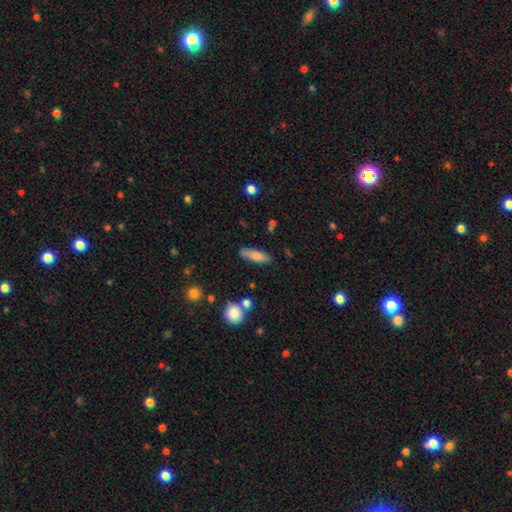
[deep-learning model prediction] Smooth or featured: smooth — 77% (featured or disk — 16%)
How rounded: cigar-shaped — 62% (in between — 35%)
Merging: none — 82% (minor disturbance — 12%)